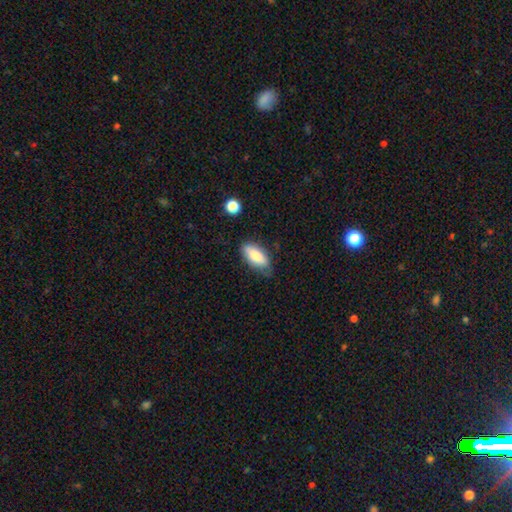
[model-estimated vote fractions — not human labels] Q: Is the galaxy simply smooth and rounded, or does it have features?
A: smooth — 80%.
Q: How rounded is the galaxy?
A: in between — 85%.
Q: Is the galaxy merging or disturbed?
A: none — 70%.